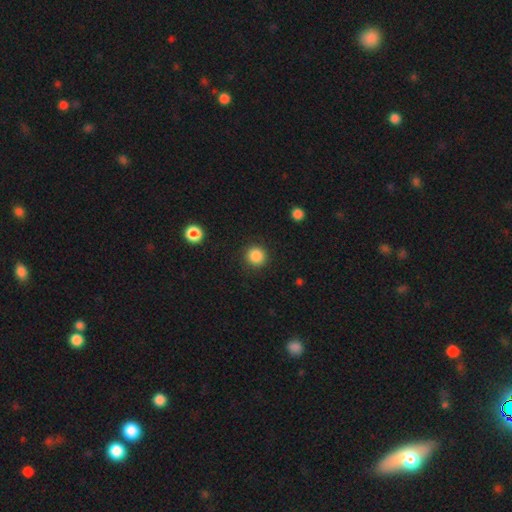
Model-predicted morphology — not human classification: A smooth galaxy with no disk features (87%) that is round (93%). Merging: none (90%).